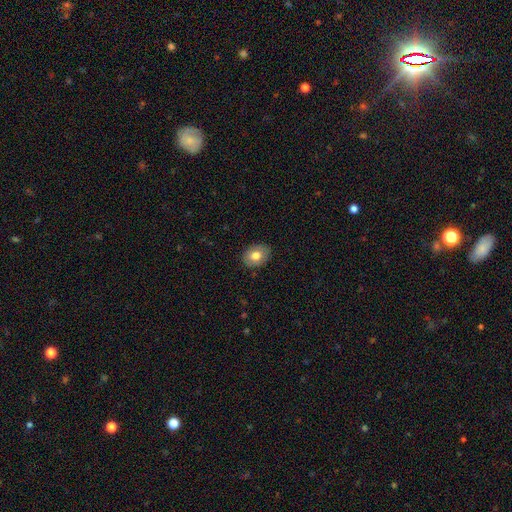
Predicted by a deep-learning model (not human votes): Overall: smooth (78%). How rounded: in between (70%). Merging: none (88%).